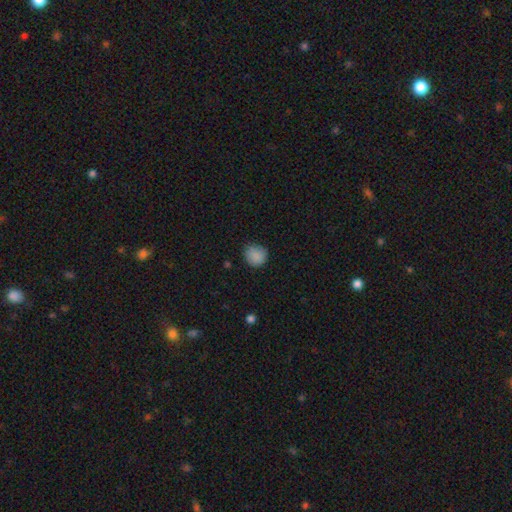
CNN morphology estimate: A smooth galaxy with no disk features (87%) that is round (86%). Merging: none (79%).